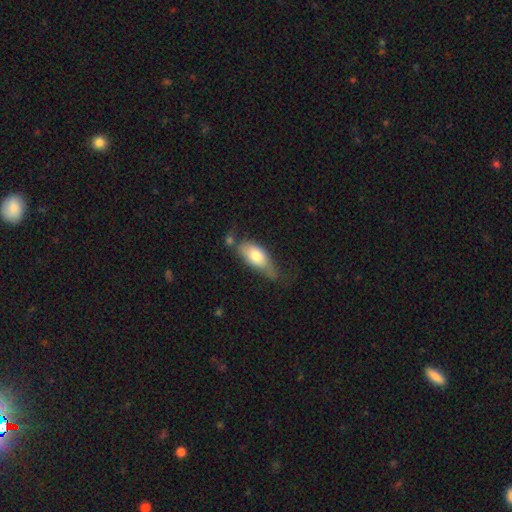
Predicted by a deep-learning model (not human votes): A smooth galaxy with no disk features (70%) that is in between round and cigar-shaped (83%).

Vote fractions:
- Smooth or featured? smooth: 70% / featured or disk: 24% / star or artifact: 6%
- How rounded? in between: 83% / cigar-shaped: 14% / round: 3%
- Merging? none: 38% / minor disturbance: 33% / major disturbance: 16% / merger: 13%